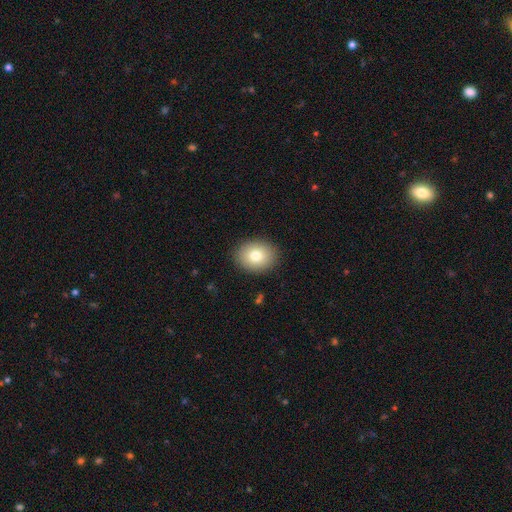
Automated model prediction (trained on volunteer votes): A smooth galaxy with no disk features (79%) that is in between round and cigar-shaped (51%). Merging: none (89%).